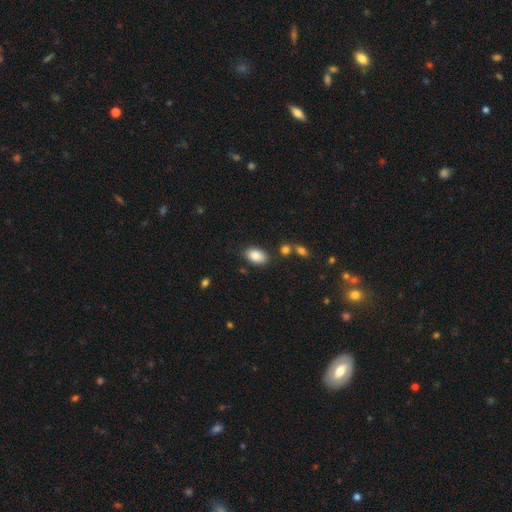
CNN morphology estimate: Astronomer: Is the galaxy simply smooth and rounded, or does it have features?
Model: smooth — 87%.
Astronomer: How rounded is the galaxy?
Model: in between — 92%.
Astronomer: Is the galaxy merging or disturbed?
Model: none — 81%.